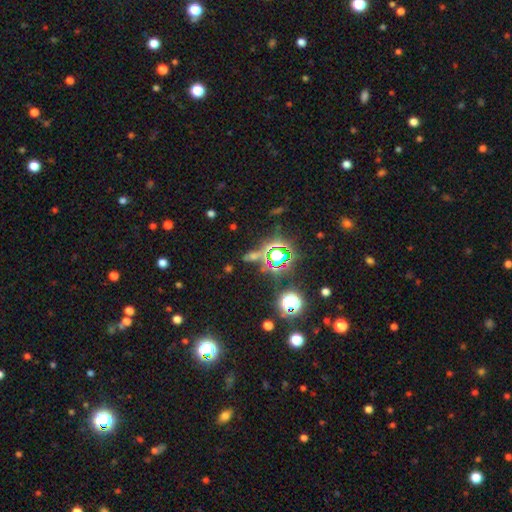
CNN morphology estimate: smooth_or_featured: star or artifact (p=0.75) [alt: smooth p=0.16]